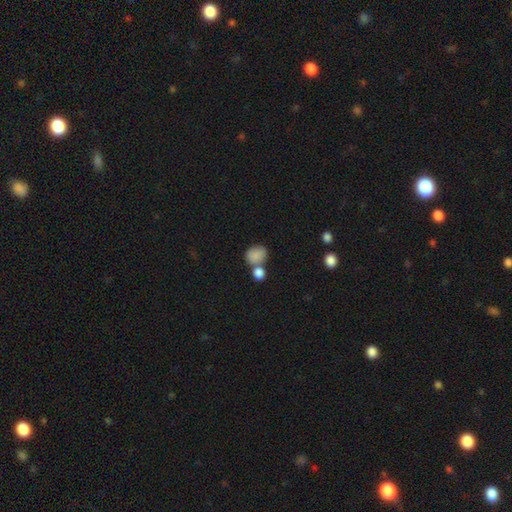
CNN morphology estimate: Smooth or featured?
  - smooth: 84% *
  - star or artifact: 9%
  - featured or disk: 7%
How rounded?
  - in between: 53% *
  - round: 46%
  - cigar-shaped: 1%
Merging?
  - none: 44% *
  - merger: 38%
  - minor disturbance: 13%
  - major disturbance: 5%